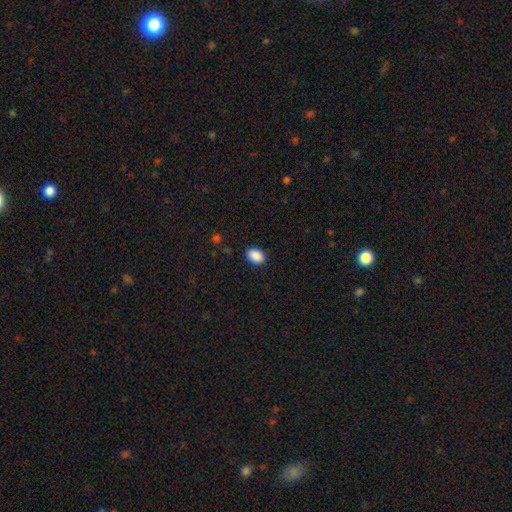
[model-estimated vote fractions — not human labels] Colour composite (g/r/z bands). It shows a smooth galaxy with no disk features (90%) that is in between round and cigar-shaped (76%). Merging: none (88%).